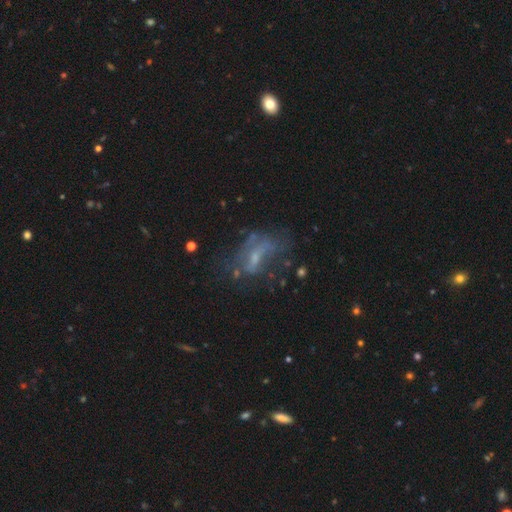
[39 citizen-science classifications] A featured or disk galaxy (51%) with no bar (65%), no spiral arms (80%) and a small central bulge (65%).

Vote fractions:
- Smooth or featured? featured or disk: 51% / smooth: 38% / star or artifact: 10%
- Edge-on disk? no: 100% / yes: 0%
- Bar? no: 65% / weak: 25% / strong: 10%
- Spiral arms? no: 80% / yes: 20%
- Bulge size? small: 65% / none: 20% / moderate: 10% / large: 5% / dominant: 0%
- Merging? major disturbance: 49% / minor disturbance: 23% / none: 20% / merger: 9%